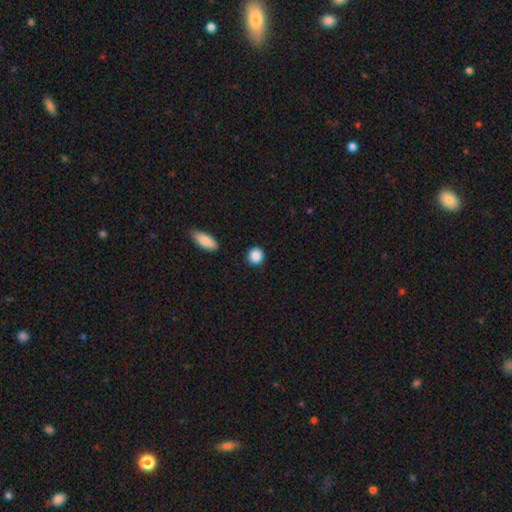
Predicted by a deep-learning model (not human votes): This is clearly a smooth galaxy (89%). How rounded: clearly round (85%). Merging: clearly none (89%).